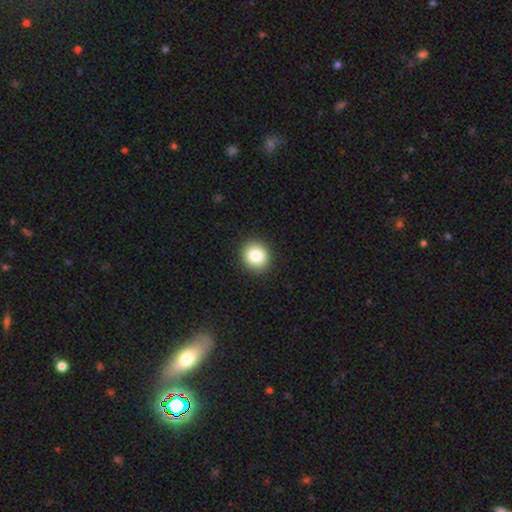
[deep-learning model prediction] Q: Smooth or featured?
A: smooth (84%); runner-up: star or artifact (9%)
Q: How rounded?
A: round (83%); runner-up: in between (16%)
Q: Merging?
A: none (92%); runner-up: minor disturbance (6%)